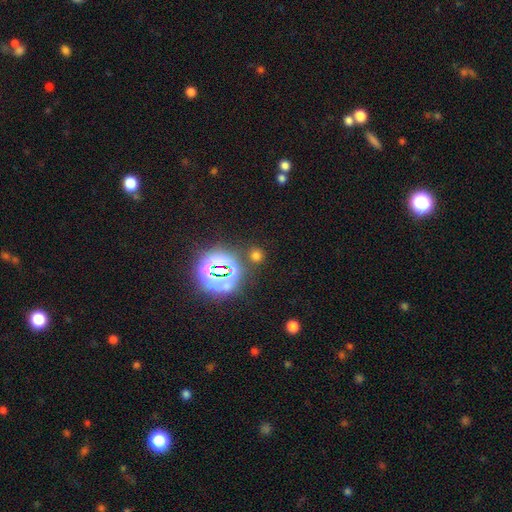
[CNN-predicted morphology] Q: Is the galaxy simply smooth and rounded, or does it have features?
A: smooth — 52%.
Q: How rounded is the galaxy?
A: round — 85%.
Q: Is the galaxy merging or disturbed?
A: none — 80%.